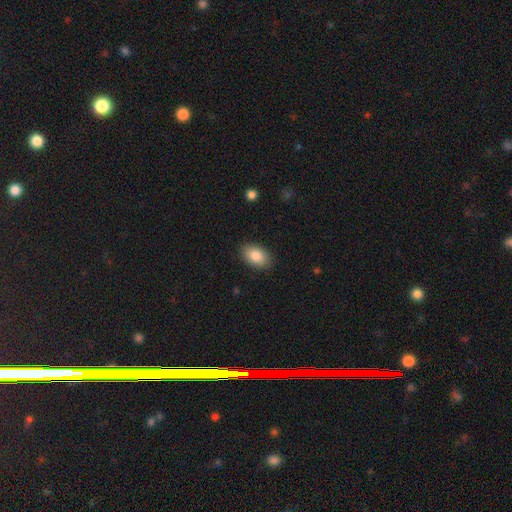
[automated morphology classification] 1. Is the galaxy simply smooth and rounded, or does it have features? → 85% smooth, 8% featured or disk, 7% star or artifact.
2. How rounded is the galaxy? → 91% in between, 8% round, 1% cigar-shaped.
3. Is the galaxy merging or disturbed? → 88% none, 8% minor disturbance, 2% major disturbance, 1% merger.